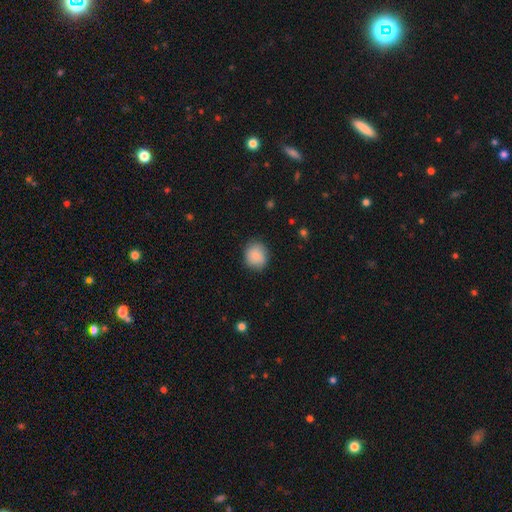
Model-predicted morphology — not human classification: smooth_or_featured: smooth (p=0.86) [alt: featured or disk p=0.07]
how_rounded: round (p=0.81) [alt: in between p=0.18]
merging: none (p=0.85) [alt: minor disturbance p=0.11]